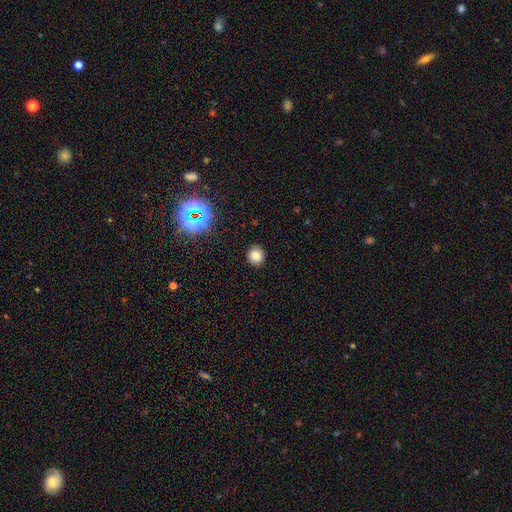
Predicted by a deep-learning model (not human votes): Smooth or featured?
  - smooth: 79% *
  - star or artifact: 15%
  - featured or disk: 6%
How rounded?
  - round: 79% *
  - in between: 20%
  - cigar-shaped: 1%
Merging?
  - none: 90% *
  - minor disturbance: 7%
  - major disturbance: 2%
  - merger: 1%